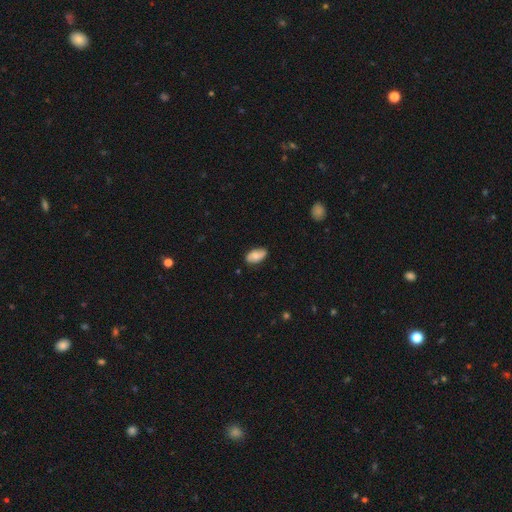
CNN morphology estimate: Smooth or featured? Predicted: smooth (p=0.67). How rounded? Predicted: in between (p=0.93). Merging? Predicted: none (p=0.78).